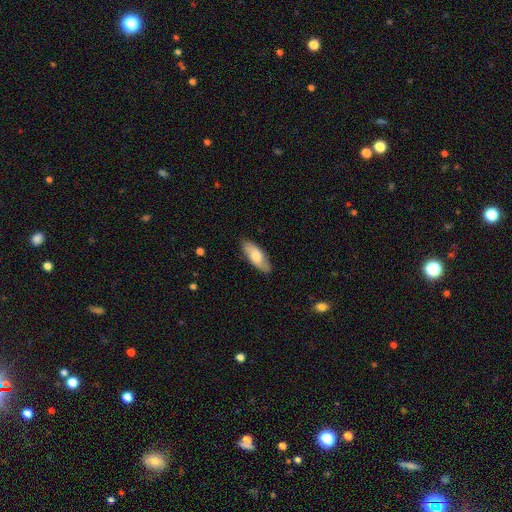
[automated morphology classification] Smooth or featured? Predicted: smooth (p=0.65). How rounded? Predicted: in between (p=0.76). Merging? Predicted: none (p=0.84).